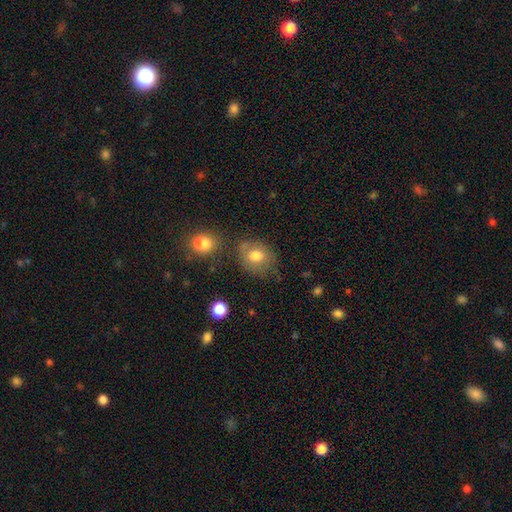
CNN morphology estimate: A smooth galaxy with no disk features (76%) that is round (59%).

Vote fractions:
- Smooth or featured? smooth: 76% / featured or disk: 15% / star or artifact: 9%
- How rounded? round: 59% / in between: 40% / cigar-shaped: 1%
- Merging? none: 61% / minor disturbance: 21% / merger: 10% / major disturbance: 9%